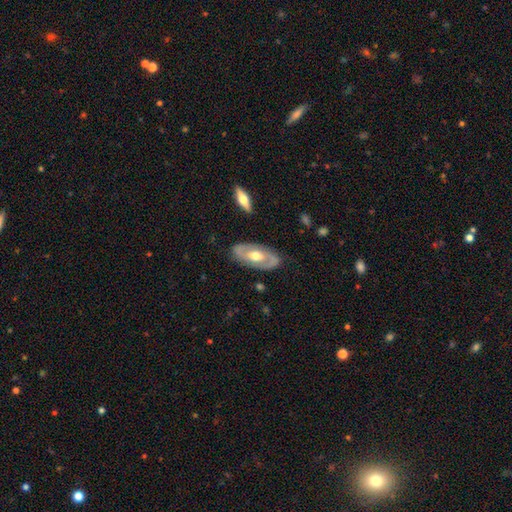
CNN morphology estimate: This appears to be a featured or disk galaxy (72%) with no bar (54%), spiral arms (68%) and a moderate central bulge (75%). Merging: none (83%).